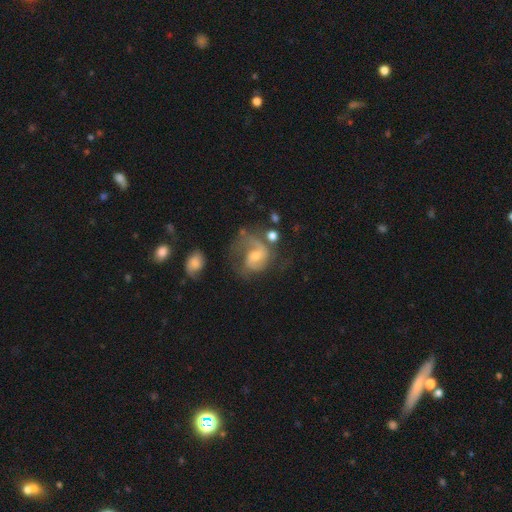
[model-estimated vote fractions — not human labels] Smooth or featured?
  - featured or disk: 76% *
  - smooth: 15%
  - star or artifact: 8%
Edge-on disk?
  - no: 98% *
  - yes: 2%
Bar?
  - no: 48% *
  - weak: 43%
  - strong: 9%
Spiral arms?
  - yes: 90% *
  - no: 10%
Spiral winding?
  - medium: 47% *
  - loose: 29%
  - tight: 24%
Spiral arm count?
  - 2: 56% *
  - 1: 26%
  - can't tell: 12%
  - 3: 4%
  - 4: 1%
  - more than 4: 1%
Bulge size?
  - moderate: 51% *
  - small: 39%
  - large: 5%
  - none: 4%
  - dominant: 1%
Merging?
  - none: 45% *
  - major disturbance: 27%
  - minor disturbance: 21%
  - merger: 8%